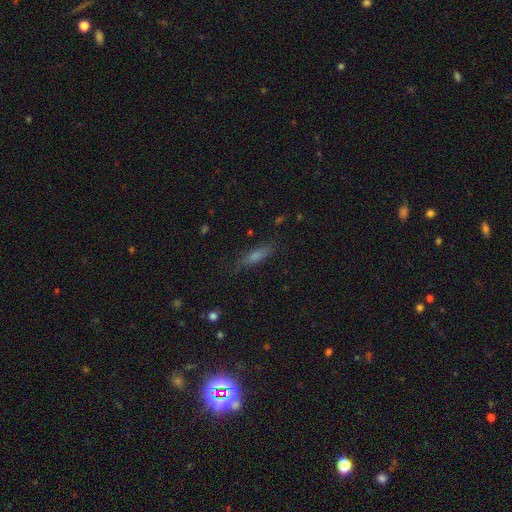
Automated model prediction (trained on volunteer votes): smooth_or_featured: smooth (p=0.51) [alt: featured or disk p=0.32]
how_rounded: cigar-shaped (p=0.73) [alt: in between p=0.24]
merging: none (p=0.82) [alt: minor disturbance p=0.13]